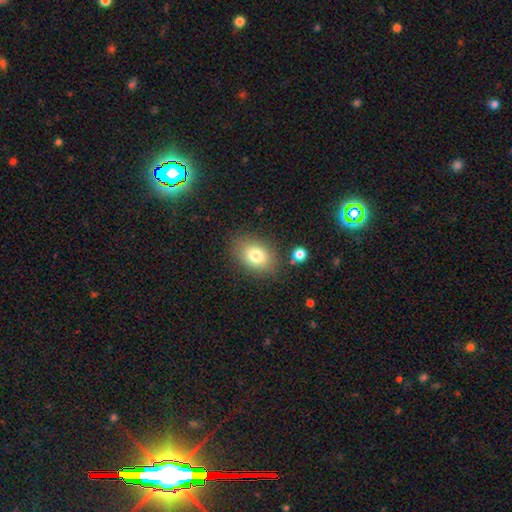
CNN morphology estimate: Overall: smooth (79%). How rounded: in between (75%). Merging: none (81%).